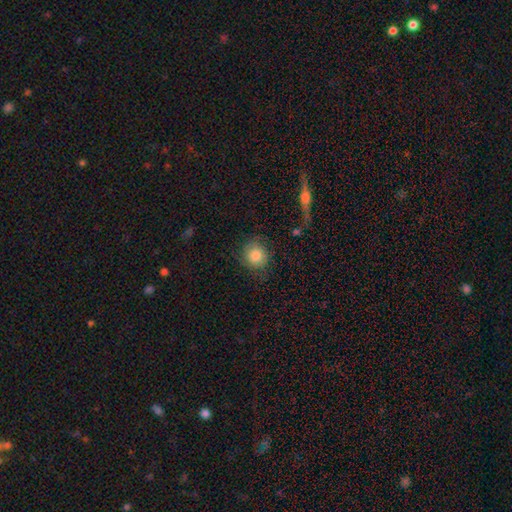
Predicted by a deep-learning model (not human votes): A smooth galaxy with no disk features (81%) that is round (86%). Merging: none (76%).